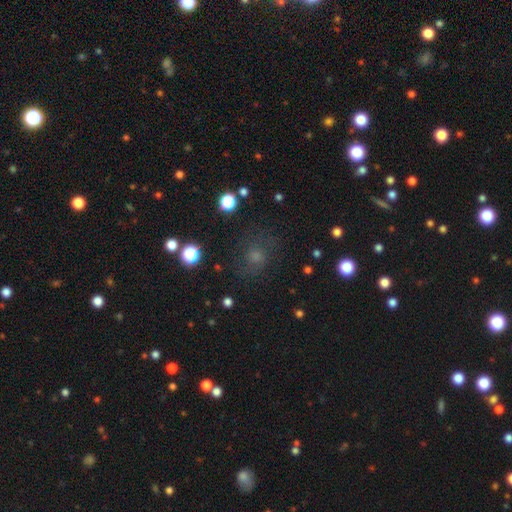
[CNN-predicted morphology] Overall: smooth (46%; star or artifact 37%). Merging: none (79%).